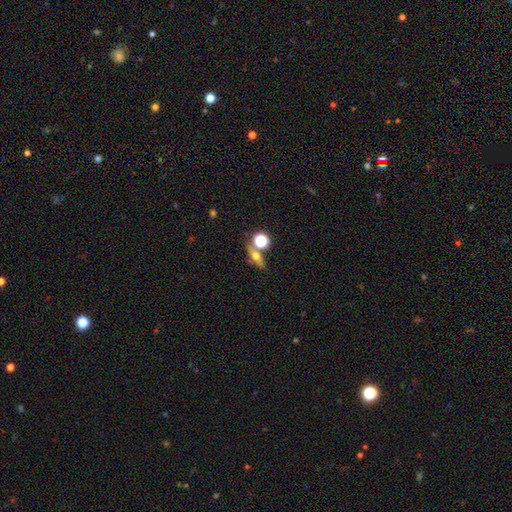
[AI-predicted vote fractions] Q: Smooth or featured?
A: smooth (46%); runner-up: featured or disk (36%)
Q: Merging?
A: none (61%); runner-up: merger (21%)